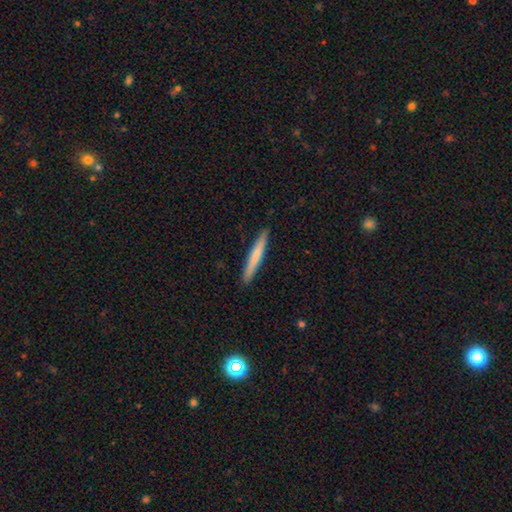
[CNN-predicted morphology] Smooth or featured? Predicted: smooth (p=0.66). How rounded? Predicted: cigar-shaped (p=0.96). Merging? Predicted: none (p=0.92).